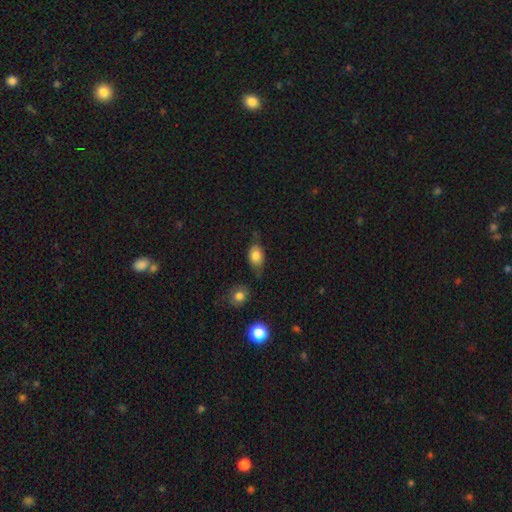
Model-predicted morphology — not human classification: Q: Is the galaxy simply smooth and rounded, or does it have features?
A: smooth — 78%.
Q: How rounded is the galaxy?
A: in between — 81%.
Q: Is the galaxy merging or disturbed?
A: none — 54%.